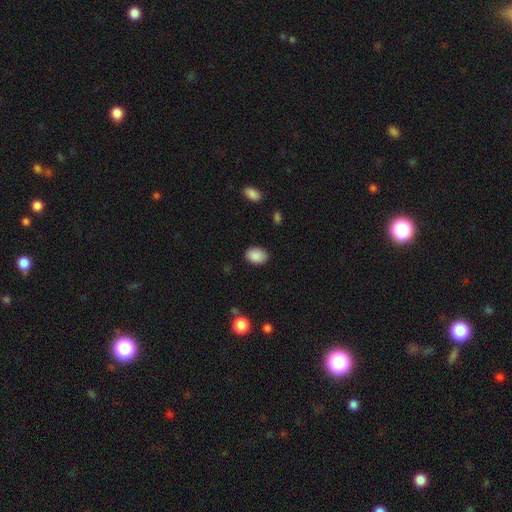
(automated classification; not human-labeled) This appears to be a smooth galaxy with no disk features (90%) that is in between round and cigar-shaped (79%). Merging: none (86%).